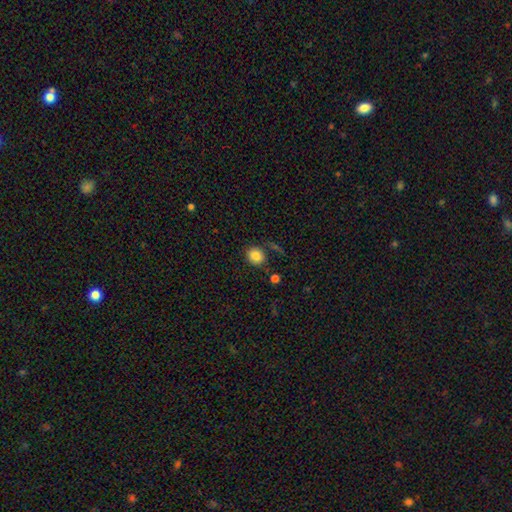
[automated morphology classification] Q: Smooth or featured?
A: smooth (84%); runner-up: star or artifact (10%)
Q: How rounded?
A: round (70%); runner-up: in between (29%)
Q: Merging?
A: none (78%); runner-up: minor disturbance (12%)